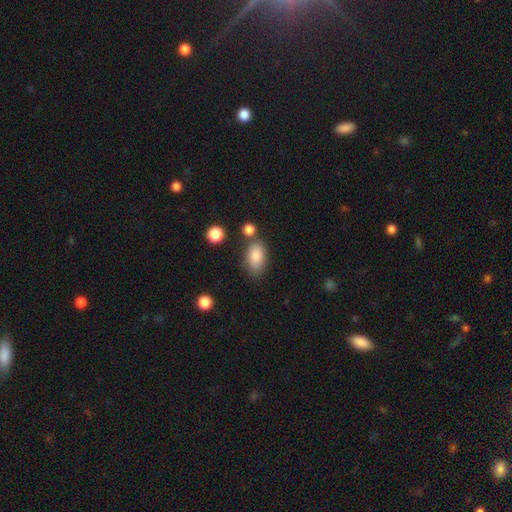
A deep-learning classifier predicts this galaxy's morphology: This appears to be a smooth galaxy with no disk features (84%) that is in between round and cigar-shaped (89%). Merging: none (64%).